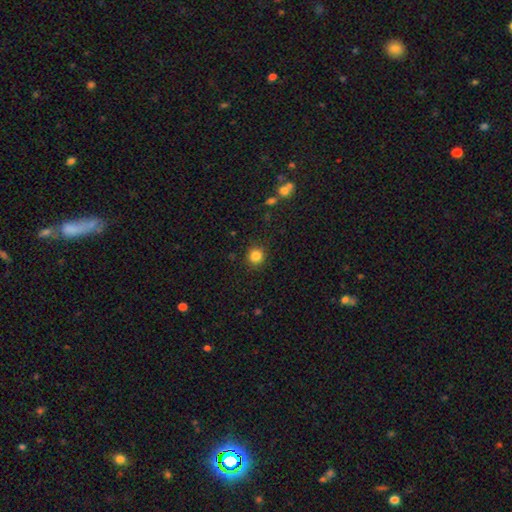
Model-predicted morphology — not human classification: This is clearly a smooth galaxy (84%). How rounded: clearly round (92%). Merging: clearly none (90%).